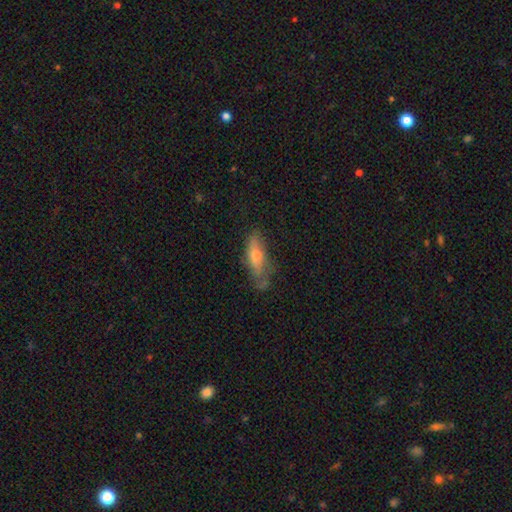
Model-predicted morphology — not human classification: type=smooth (60%); roundness=cigar-shaped (51%); merging=none (58%).